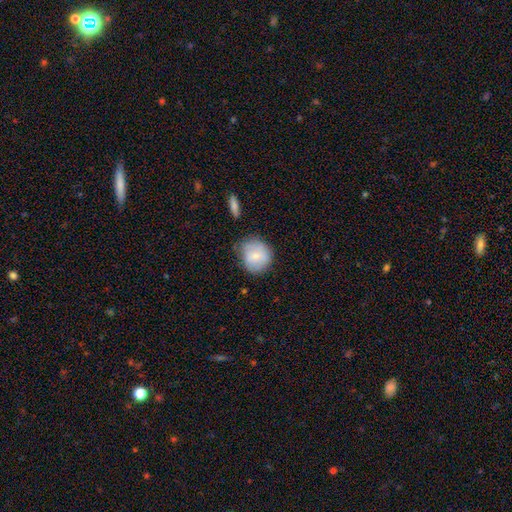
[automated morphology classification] smooth-or-featured: smooth: 75% | featured or disk: 18% | star or artifact: 7%
  how-rounded: round: 80% | in between: 19% | cigar-shaped: 1%
  merging: none: 62% | minor disturbance: 27% | major disturbance: 7% | merger: 4%